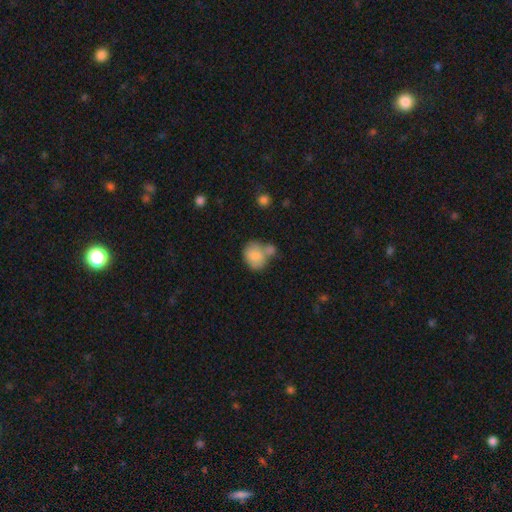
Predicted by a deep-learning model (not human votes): Q: Smooth or featured?
A: smooth (81%); runner-up: featured or disk (12%)
Q: How rounded?
A: round (60%); runner-up: in between (39%)
Q: Merging?
A: none (41%); runner-up: merger (37%)